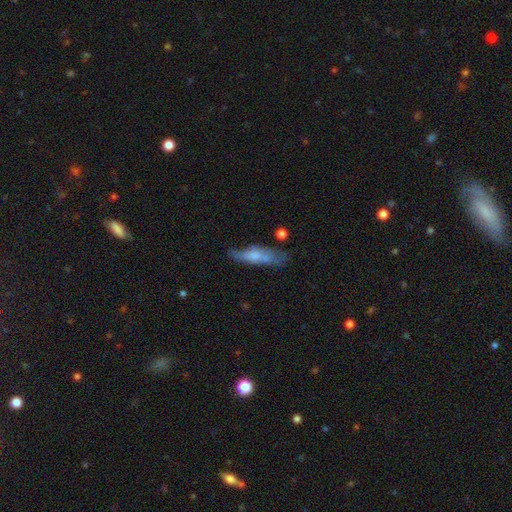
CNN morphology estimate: Smooth or featured: smooth — 60% (featured or disk — 33%)
How rounded: cigar-shaped — 66% (in between — 32%)
Merging: none — 54% (minor disturbance — 28%)